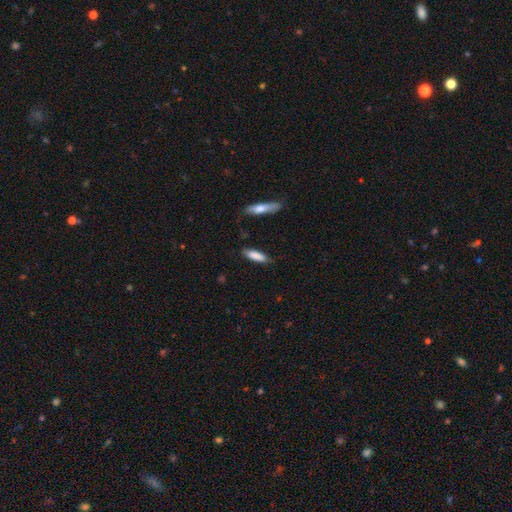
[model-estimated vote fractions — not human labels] Morphology: type=smooth (84%); roundness=cigar-shaped (56%); merging=none (79%).